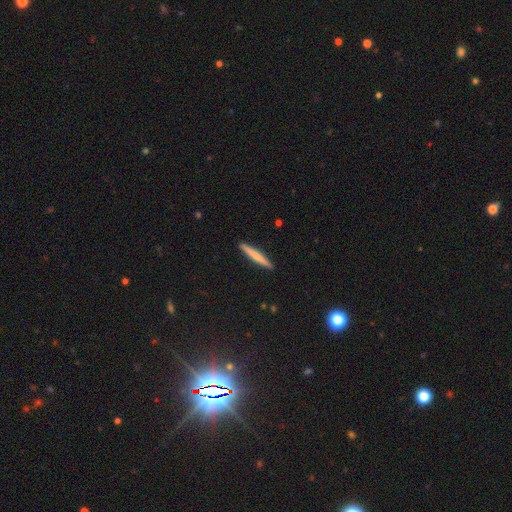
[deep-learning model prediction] Smooth or featured? Predicted: smooth (p=0.64). How rounded? Predicted: cigar-shaped (p=0.96). Merging? Predicted: none (p=0.92).